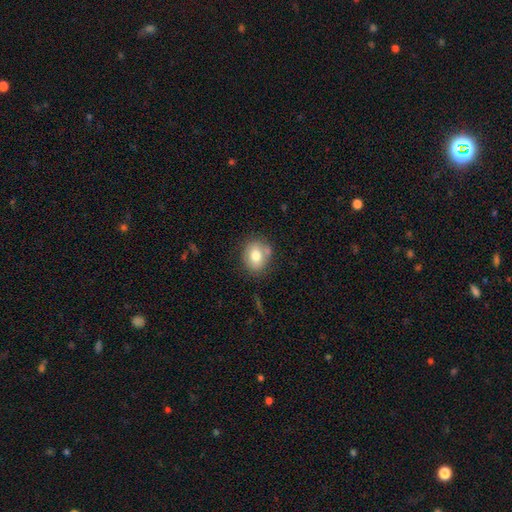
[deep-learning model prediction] Smooth or featured?
  - smooth: 74% *
  - featured or disk: 17%
  - star or artifact: 9%
How rounded?
  - round: 55% *
  - in between: 44%
  - cigar-shaped: 1%
Merging?
  - none: 69% *
  - minor disturbance: 18%
  - merger: 8%
  - major disturbance: 5%